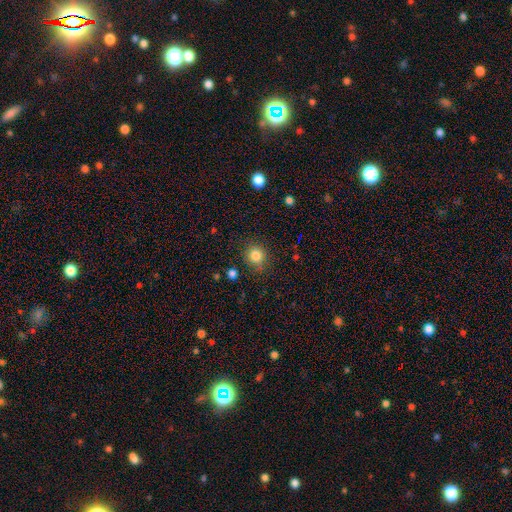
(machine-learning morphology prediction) This is clearly a smooth galaxy (84%). How rounded: clearly round (84%). Merging: clearly none (81%).